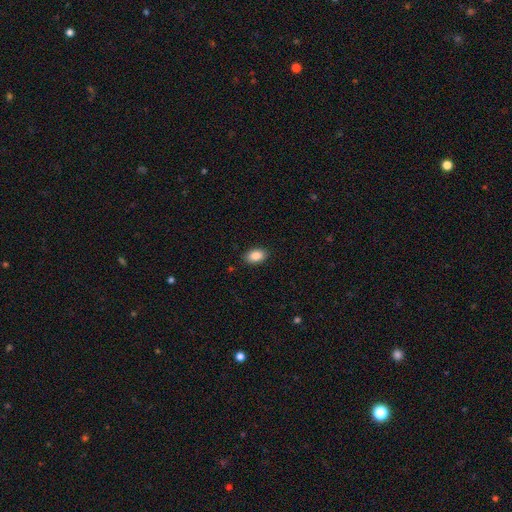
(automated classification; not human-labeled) The model was most divided on "merging": none: 88%, minor disturbance: 9%, major disturbance: 2%, merger: 1%. More confident: how rounded — in between (91%); smooth or featured — smooth (88%).